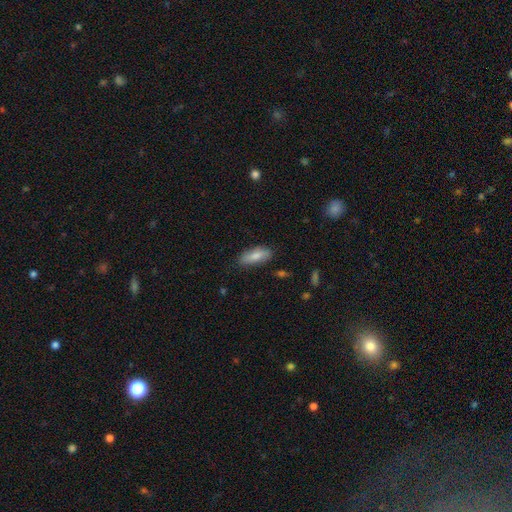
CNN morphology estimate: Smooth or featured? Predicted: smooth (p=0.80). How rounded? Predicted: in between (p=0.76). Merging? Predicted: none (p=0.81).